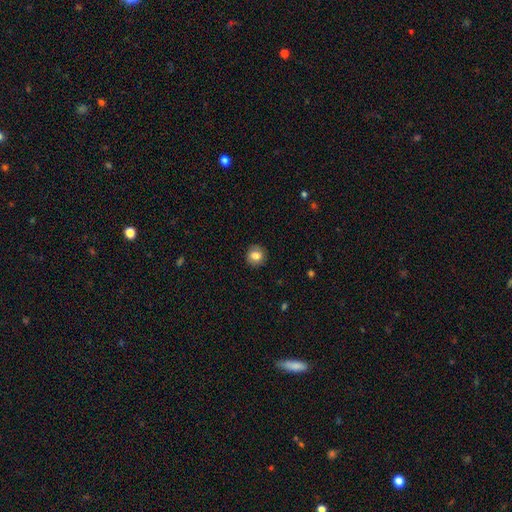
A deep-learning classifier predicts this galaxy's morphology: Smooth or featured? Predicted: smooth (p=0.81). How rounded? Predicted: round (p=0.89). Merging? Predicted: none (p=0.89).